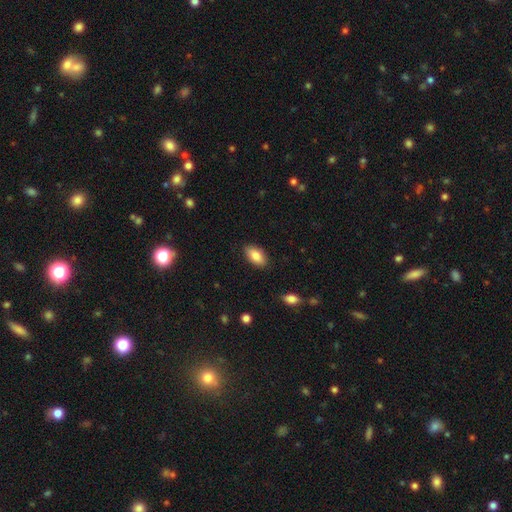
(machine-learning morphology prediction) A smooth galaxy with no disk features (85%) that is in between round and cigar-shaped (93%). Merging: none (87%).